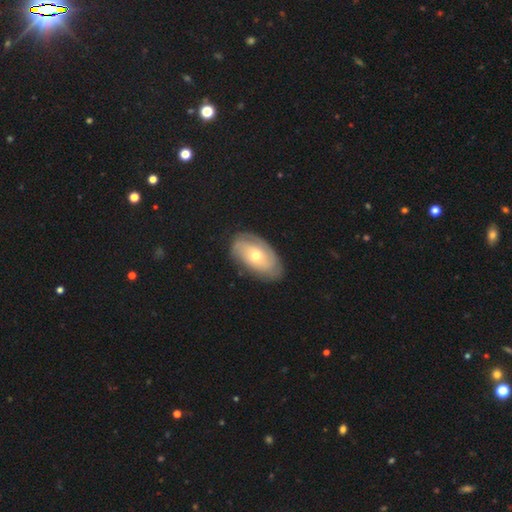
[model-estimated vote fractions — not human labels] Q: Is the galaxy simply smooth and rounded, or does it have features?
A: featured or disk — 54%.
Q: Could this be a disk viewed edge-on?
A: no — 91%.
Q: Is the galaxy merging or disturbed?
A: none — 78%.